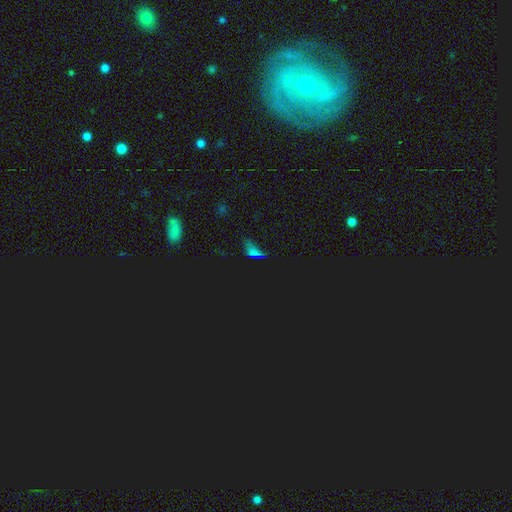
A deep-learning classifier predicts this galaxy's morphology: smooth_or_featured: star or artifact (p=0.62) [alt: smooth p=0.28]